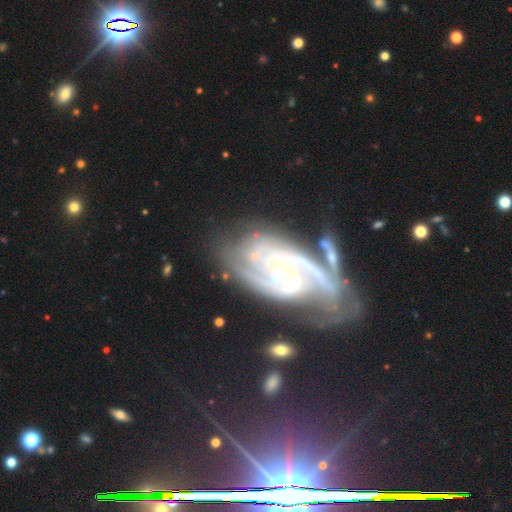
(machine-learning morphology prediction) type=featured or disk (81%); edge-on=no (96%); bar=no (61%); spiral arms=yes (93%); winding=tight (54%); arm count=2 (45%); bulge=small (46%); merging=none (52%).